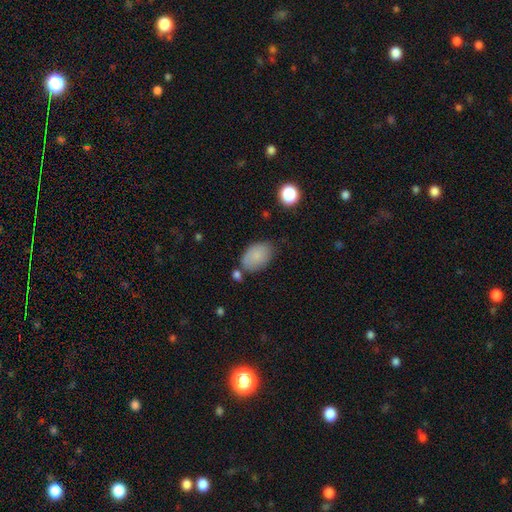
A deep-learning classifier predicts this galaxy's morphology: The model was most divided on "merging": none: 64%, minor disturbance: 23%, merger: 7%, major disturbance: 6%. More confident: how rounded — in between (89%); smooth or featured — smooth (84%).